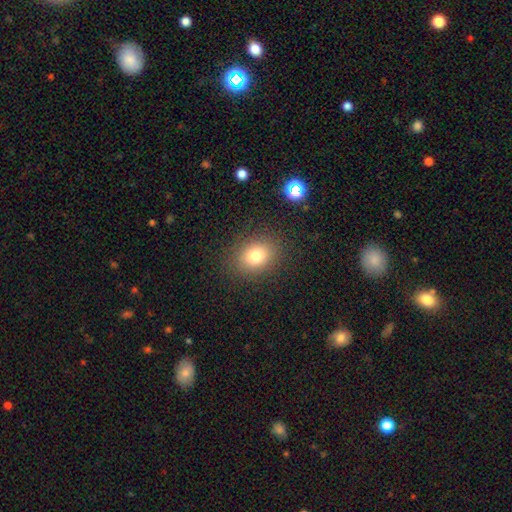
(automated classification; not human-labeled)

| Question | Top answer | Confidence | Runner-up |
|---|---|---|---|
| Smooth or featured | smooth | 77% | star or artifact (13%) |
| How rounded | round | 53% | in between (46%) |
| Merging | none | 86% | minor disturbance (9%) |